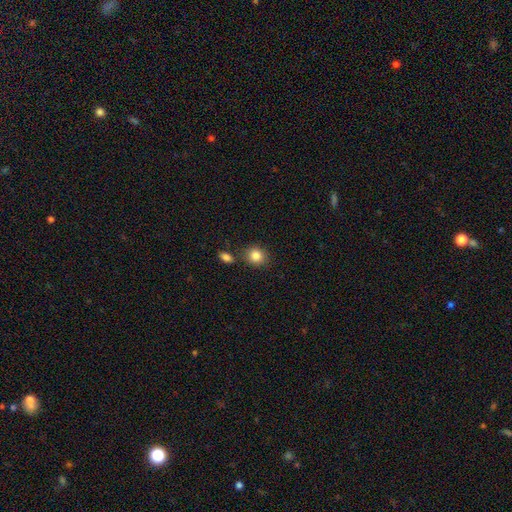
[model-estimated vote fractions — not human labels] smooth-or-featured: smooth: 85% | star or artifact: 9% | featured or disk: 6%
  how-rounded: round: 77% | in between: 22% | cigar-shaped: 1%
  merging: none: 78% | minor disturbance: 10% | merger: 8% | major disturbance: 3%